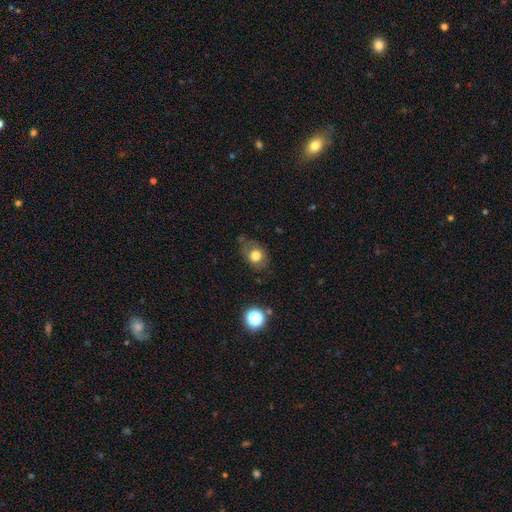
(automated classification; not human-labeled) A smooth galaxy with no disk features (76%) that is round (51%). Merging: none (52%).